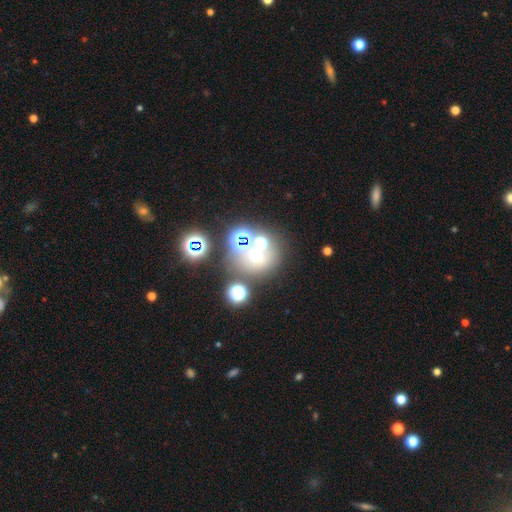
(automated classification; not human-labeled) Q: Smooth or featured?
A: smooth (43%); runner-up: star or artifact (39%)
Q: Merging?
A: none (56%); runner-up: merger (28%)